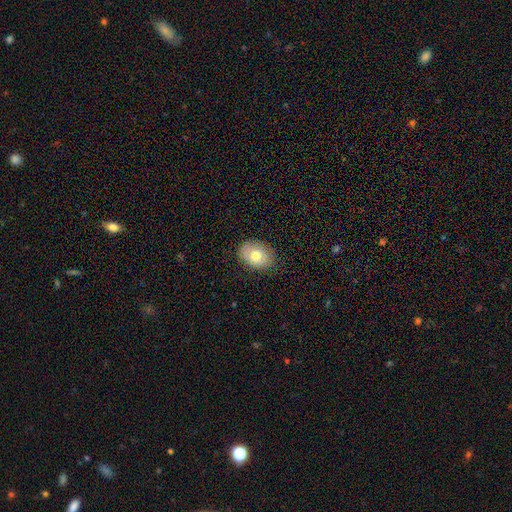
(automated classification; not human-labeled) smooth-or-featured: smooth: 72% | featured or disk: 20% | star or artifact: 8%
  how-rounded: in between: 71% | round: 28% | cigar-shaped: 1%
  merging: none: 82% | minor disturbance: 14% | major disturbance: 3% | merger: 1%